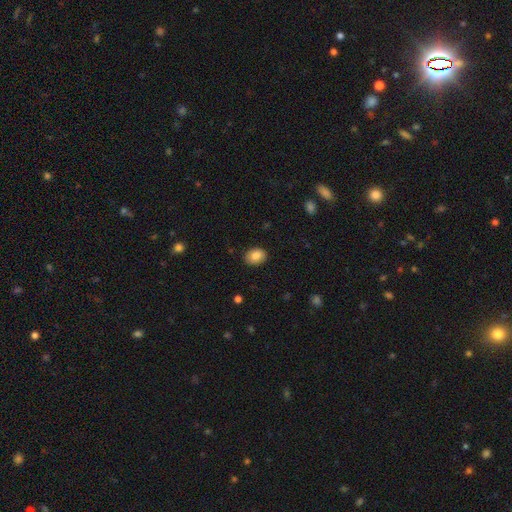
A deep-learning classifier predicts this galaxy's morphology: A smooth galaxy with no disk features (85%) that is in between round and cigar-shaped (67%). Merging: none (89%).